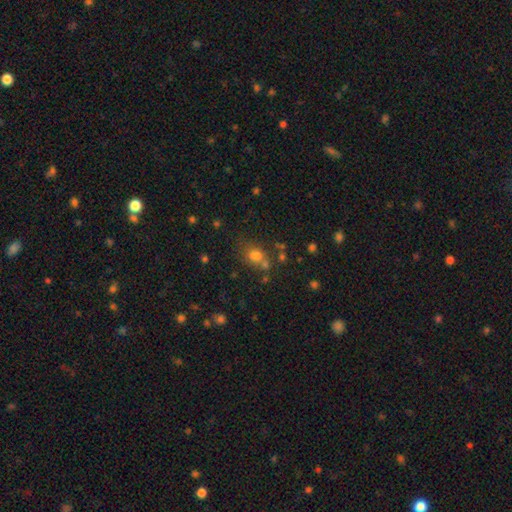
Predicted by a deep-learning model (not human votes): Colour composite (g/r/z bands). It shows a smooth galaxy with no disk features (69%) that is round (60%). Merging: none (57%).